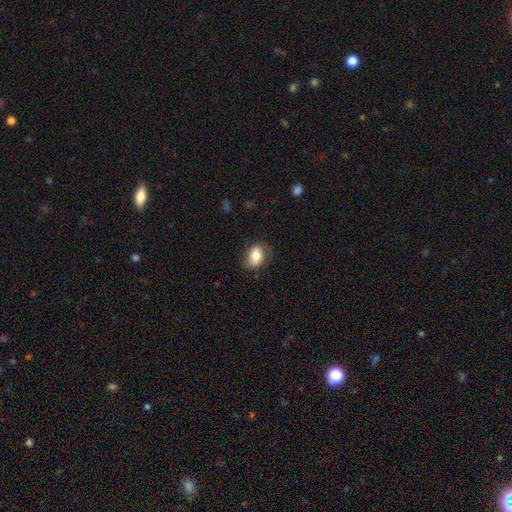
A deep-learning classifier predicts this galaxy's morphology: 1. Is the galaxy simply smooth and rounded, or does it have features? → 76% smooth, 16% featured or disk, 8% star or artifact.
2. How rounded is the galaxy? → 76% in between, 22% round, 2% cigar-shaped.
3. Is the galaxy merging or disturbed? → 76% none, 18% minor disturbance, 5% major disturbance, 1% merger.